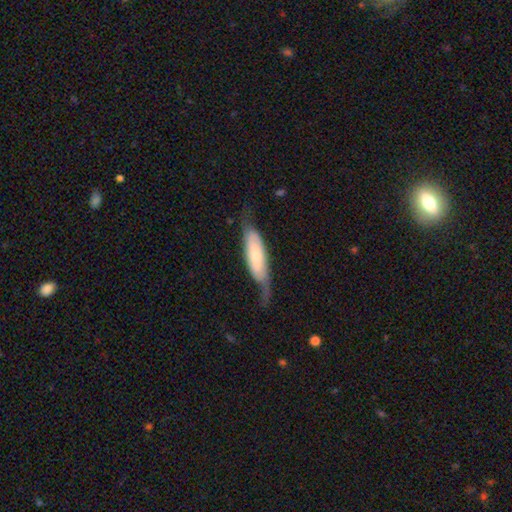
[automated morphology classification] Smooth or featured? smooth (48%)
Merging? none (48%)